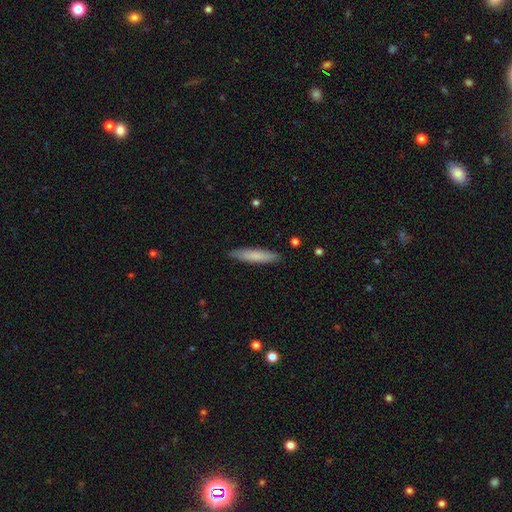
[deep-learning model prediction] smooth_or_featured: smooth (p=0.78) [alt: featured or disk p=0.17]
how_rounded: cigar-shaped (p=0.84) [alt: in between p=0.15]
merging: none (p=0.88) [alt: minor disturbance p=0.09]